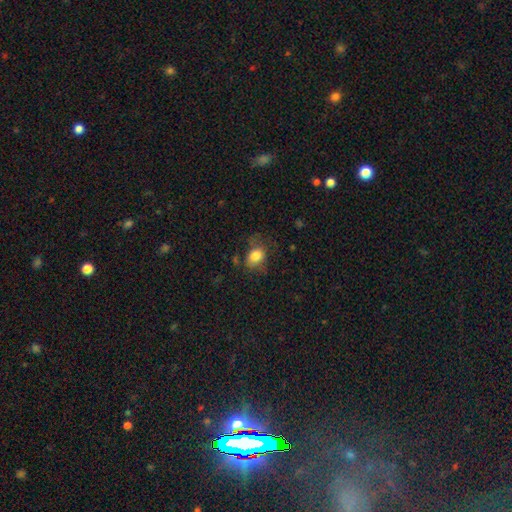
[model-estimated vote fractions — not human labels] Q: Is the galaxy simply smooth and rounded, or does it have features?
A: smooth — 81%.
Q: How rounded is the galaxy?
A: in between — 62%.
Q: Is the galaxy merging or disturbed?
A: none — 57%.